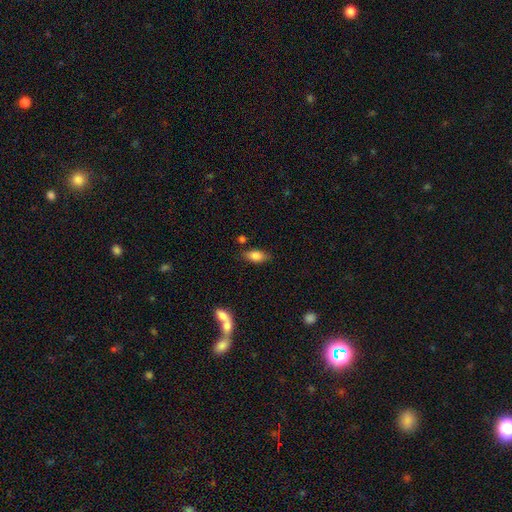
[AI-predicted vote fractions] smooth 79%, featured or disk 13%, star or artifact 8%. Down the decision tree: how rounded — in between (84%); merging — none (79%).